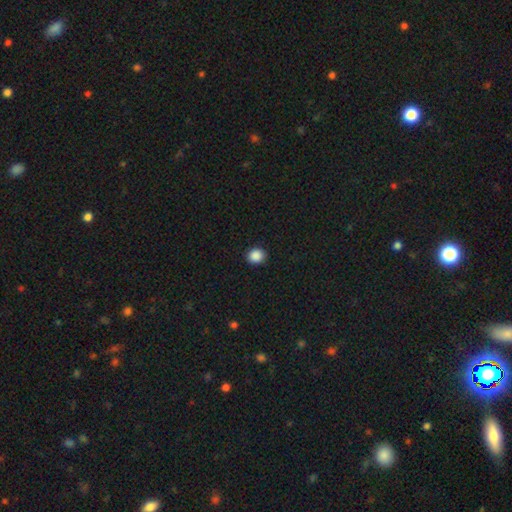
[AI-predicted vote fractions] Smooth or featured?
  - smooth: 88% *
  - star or artifact: 9%
  - featured or disk: 2%
How rounded?
  - round: 74% *
  - in between: 25%
  - cigar-shaped: 1%
Merging?
  - none: 91% *
  - minor disturbance: 7%
  - major disturbance: 2%
  - merger: 1%